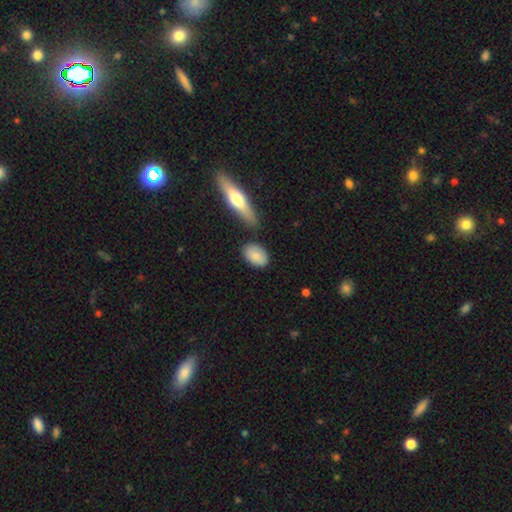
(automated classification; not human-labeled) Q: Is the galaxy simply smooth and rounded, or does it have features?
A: smooth — 85%.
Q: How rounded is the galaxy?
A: in between — 83%.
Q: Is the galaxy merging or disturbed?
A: none — 76%.